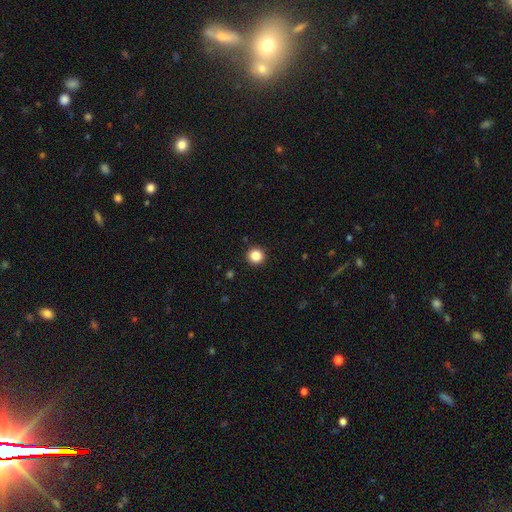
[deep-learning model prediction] The model was most divided on "smooth or featured": smooth: 85%, star or artifact: 11%, featured or disk: 4%. More confident: how rounded — round (95%); merging — none (93%).